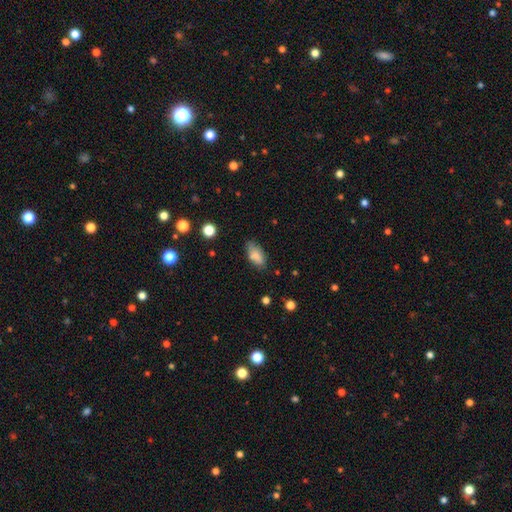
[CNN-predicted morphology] type=smooth (80%); roundness=in between (89%); merging=none (65%).